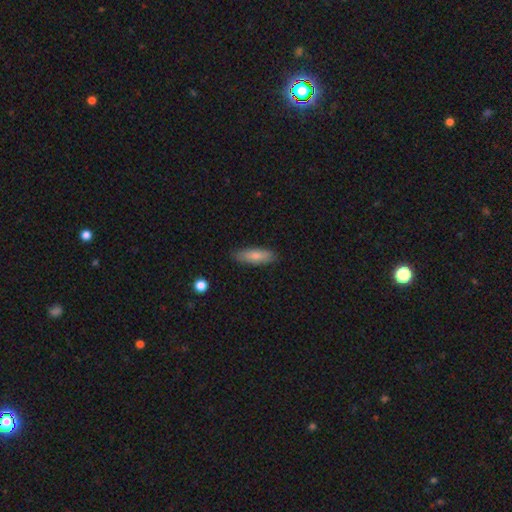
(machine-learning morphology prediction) A smooth galaxy with no disk features (79%) that is in between round and cigar-shaped (51%). Merging: none (85%).